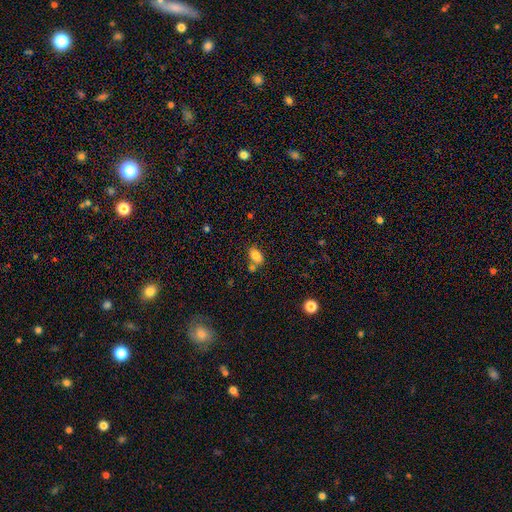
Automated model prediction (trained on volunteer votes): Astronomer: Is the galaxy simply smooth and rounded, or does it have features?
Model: smooth — 81%.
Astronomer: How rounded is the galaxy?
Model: in between — 85%.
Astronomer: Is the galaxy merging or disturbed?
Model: none — 53%.